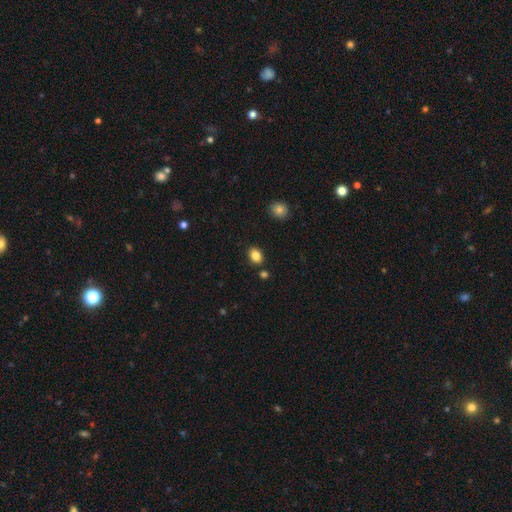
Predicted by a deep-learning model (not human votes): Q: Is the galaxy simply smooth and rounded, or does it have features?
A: smooth — 85%.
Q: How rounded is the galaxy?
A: in between — 68%.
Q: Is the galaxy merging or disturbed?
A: none — 84%.